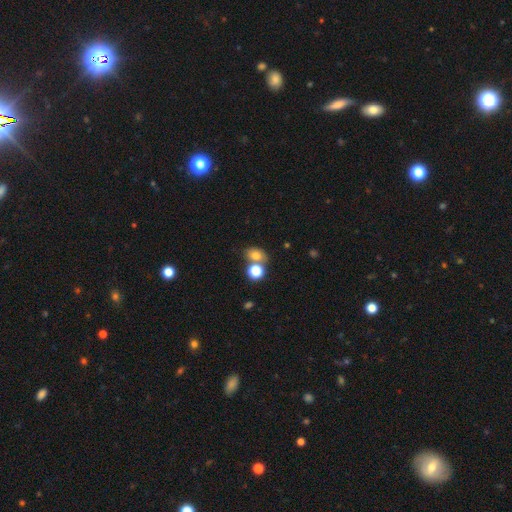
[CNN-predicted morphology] A smooth galaxy with no disk features (74%) that is in between round and cigar-shaped (58%).

Vote fractions:
- Smooth or featured? smooth: 74% / star or artifact: 15% / featured or disk: 11%
- How rounded? in between: 58% / round: 41% / cigar-shaped: 1%
- Merging? none: 52% / merger: 32% / minor disturbance: 11% / major disturbance: 5%